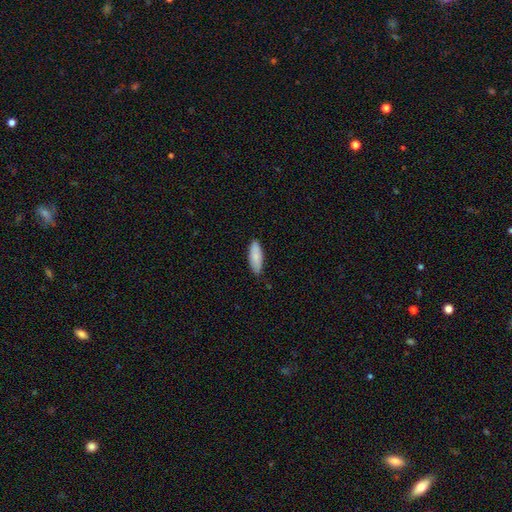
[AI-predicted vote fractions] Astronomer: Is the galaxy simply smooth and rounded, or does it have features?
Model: smooth — 84%.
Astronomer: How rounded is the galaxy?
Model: in between — 66%.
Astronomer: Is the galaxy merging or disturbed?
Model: none — 83%.